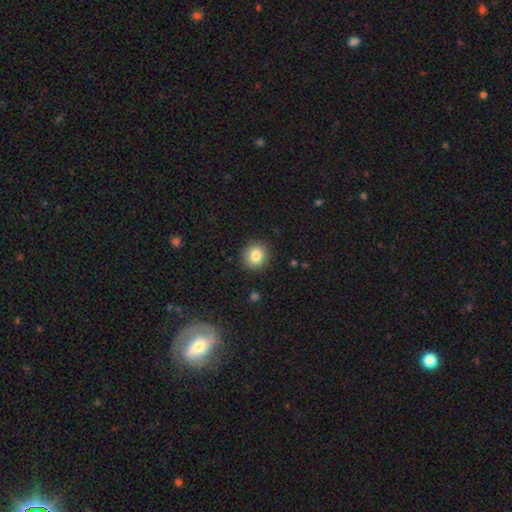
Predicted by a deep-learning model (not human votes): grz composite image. It shows a smooth galaxy with no disk features (83%) that is round (84%). Merging: none (90%).